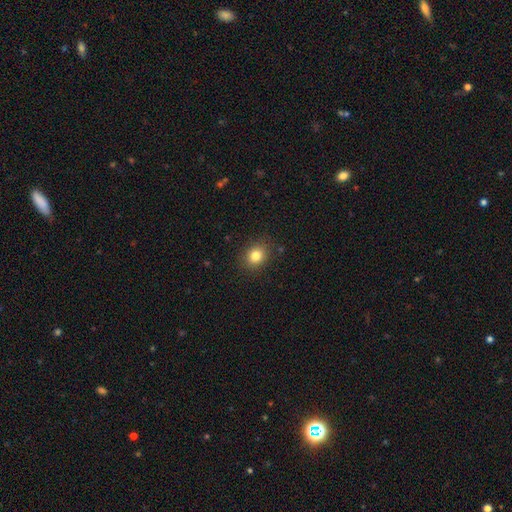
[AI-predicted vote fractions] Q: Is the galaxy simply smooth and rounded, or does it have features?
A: smooth — 82%.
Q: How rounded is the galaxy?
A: round — 60%.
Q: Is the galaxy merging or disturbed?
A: none — 87%.